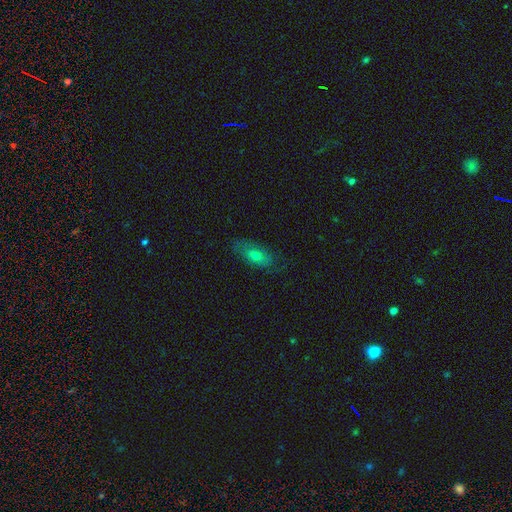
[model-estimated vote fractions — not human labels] smooth-or-featured: smooth: 60% | featured or disk: 31% | star or artifact: 9%
  how-rounded: in between: 84% | cigar-shaped: 11% | round: 5%
  merging: none: 74% | minor disturbance: 19% | major disturbance: 6% | merger: 1%